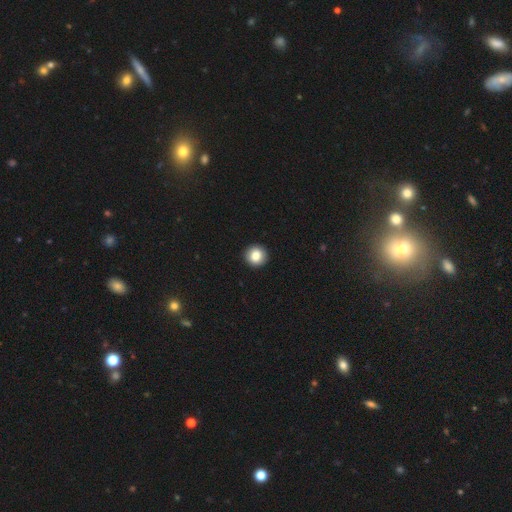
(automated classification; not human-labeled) smooth_or_featured: smooth (p=0.84) [alt: star or artifact p=0.09]
how_rounded: round (p=0.95) [alt: in between p=0.04]
merging: none (p=0.93) [alt: minor disturbance p=0.04]